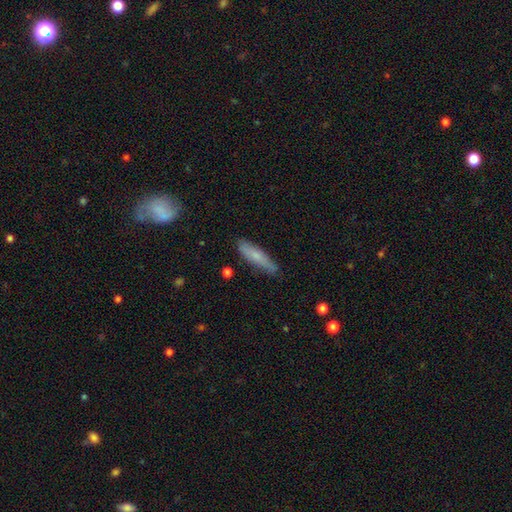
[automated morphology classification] Smooth or featured: smooth — 70% (featured or disk — 24%)
How rounded: cigar-shaped — 79% (in between — 19%)
Merging: none — 80% (minor disturbance — 16%)